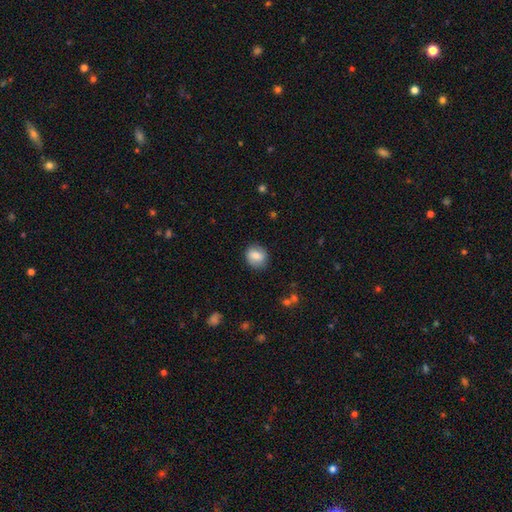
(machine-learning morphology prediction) A smooth galaxy with no disk features (75%) that is round (77%). Merging: none (85%).